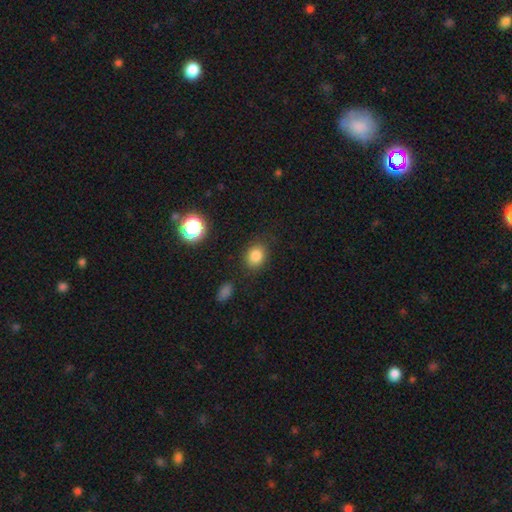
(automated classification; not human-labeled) Q: Smooth or featured?
A: smooth (82%); runner-up: star or artifact (12%)
Q: How rounded?
A: round (60%); runner-up: in between (39%)
Q: Merging?
A: none (83%); runner-up: minor disturbance (11%)